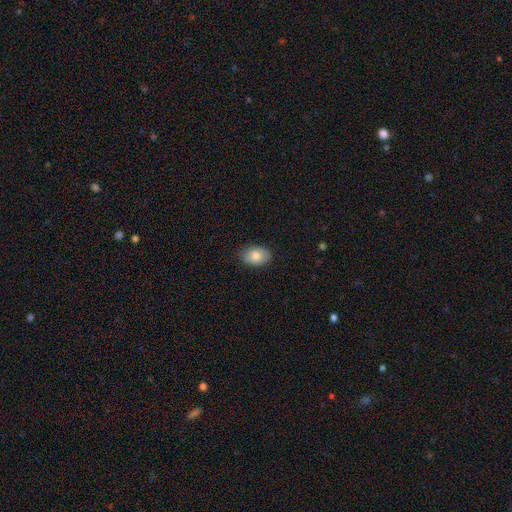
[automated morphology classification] Overall: smooth (83%). How rounded: in between (84%). Merging: none (84%).